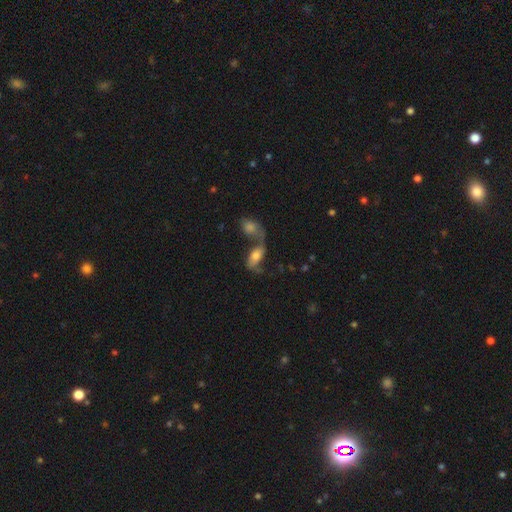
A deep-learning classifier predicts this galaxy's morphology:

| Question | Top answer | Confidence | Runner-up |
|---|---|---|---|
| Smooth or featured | smooth | 52% | featured or disk (38%) |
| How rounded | in between | 84% | cigar-shaped (11%) |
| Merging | merger | 55% | none (24%) |